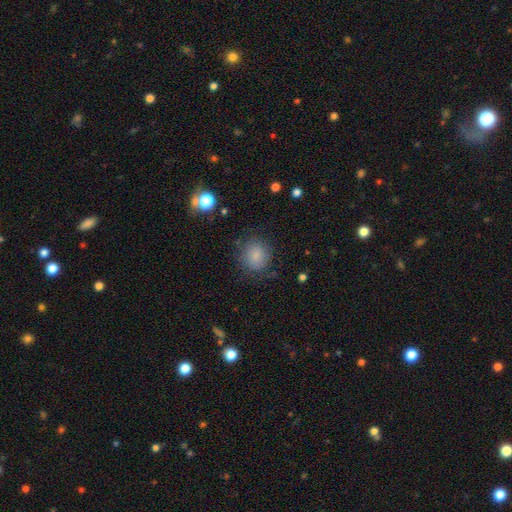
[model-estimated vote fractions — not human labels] smooth-or-featured: smooth: 83% | star or artifact: 10% | featured or disk: 7%
  how-rounded: round: 86% | in between: 13% | cigar-shaped: 1%
  merging: none: 81% | minor disturbance: 13% | major disturbance: 5% | merger: 1%